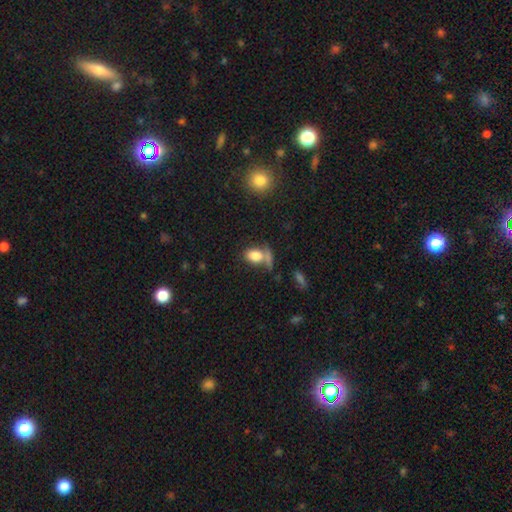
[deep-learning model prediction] Morphology: type=smooth (81%); roundness=in between (74%); merging=none (45%).